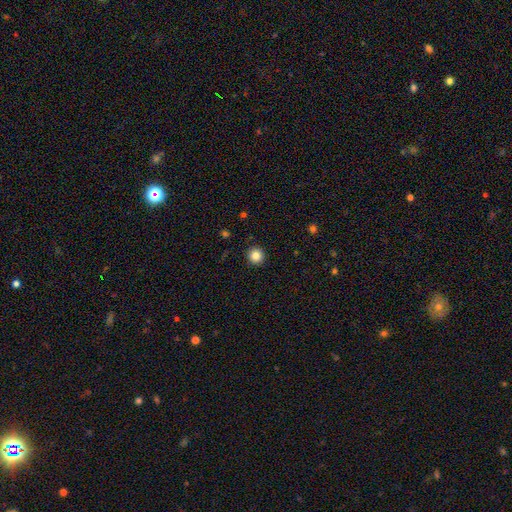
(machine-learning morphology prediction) A smooth galaxy with no disk features (84%) that is round (95%). Merging: none (93%).